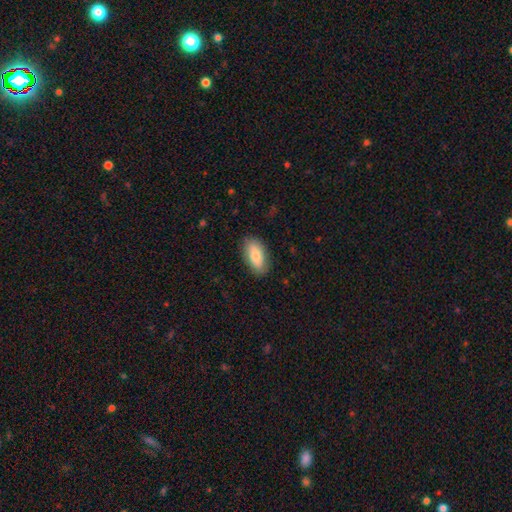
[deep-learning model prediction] smooth-or-featured: smooth: 81% | featured or disk: 13% | star or artifact: 6%
  how-rounded: in between: 90% | cigar-shaped: 7% | round: 3%
  merging: none: 86% | minor disturbance: 11% | major disturbance: 3% | merger: 1%